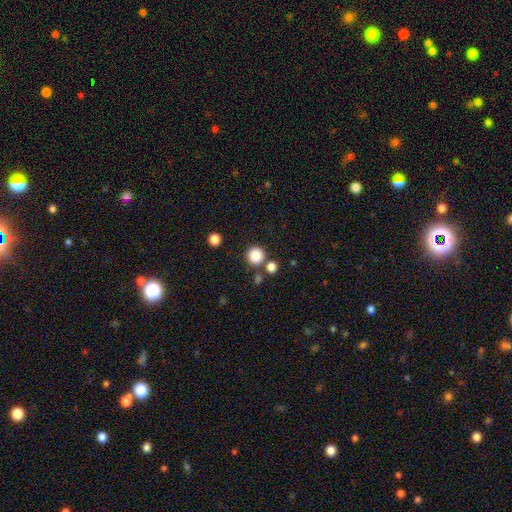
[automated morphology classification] Smooth or featured? smooth (85%)
How rounded? round (94%)
Merging? none (81%)